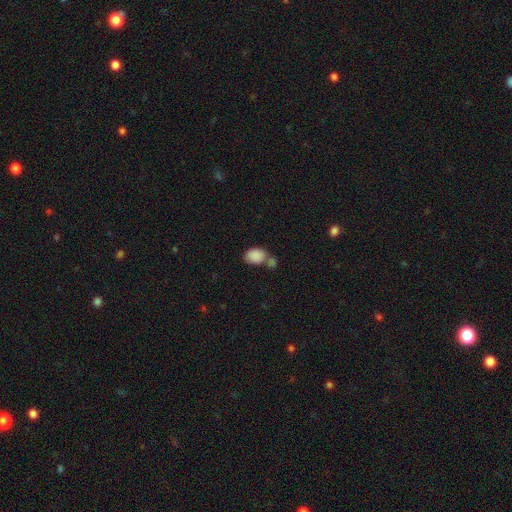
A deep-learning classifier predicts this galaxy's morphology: A smooth galaxy with no disk features (87%) that is in between round and cigar-shaped (70%). Merging: none (42%).